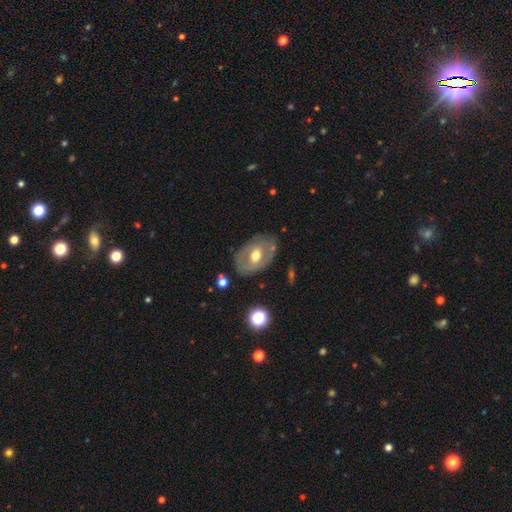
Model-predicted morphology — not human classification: This appears to be a featured or disk galaxy (56%) with no bar (58%), no spiral arms (74%) and a moderate central bulge (75%). Merging: none (72%).